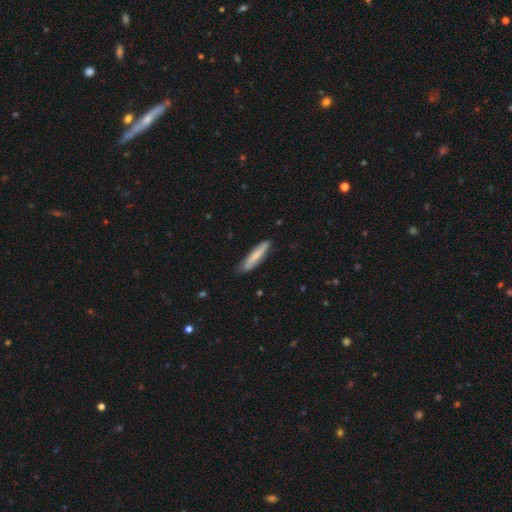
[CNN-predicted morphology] Overall: smooth (75%). How rounded: cigar-shaped (86%). Merging: none (82%).